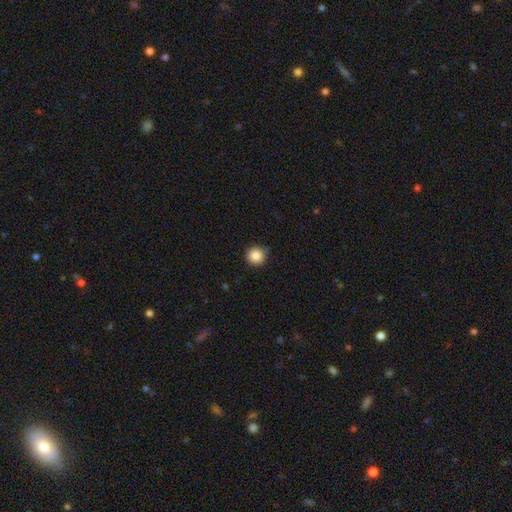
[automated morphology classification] This is clearly a smooth galaxy (86%). How rounded: clearly round (95%). Merging: clearly none (85%).